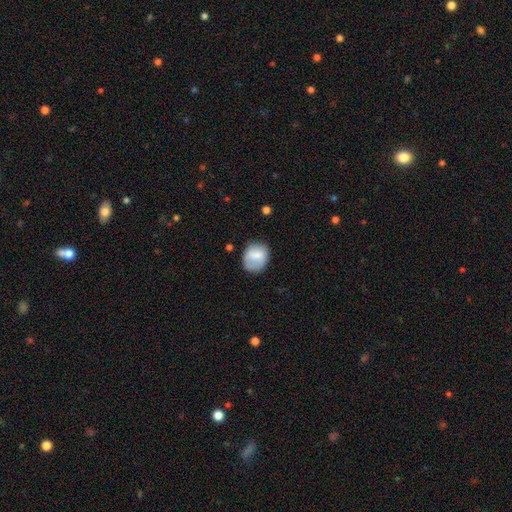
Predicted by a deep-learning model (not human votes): smooth 75%, featured or disk 17%, star or artifact 8%. Down the decision tree: how rounded — round (59%); merging — none (64%).